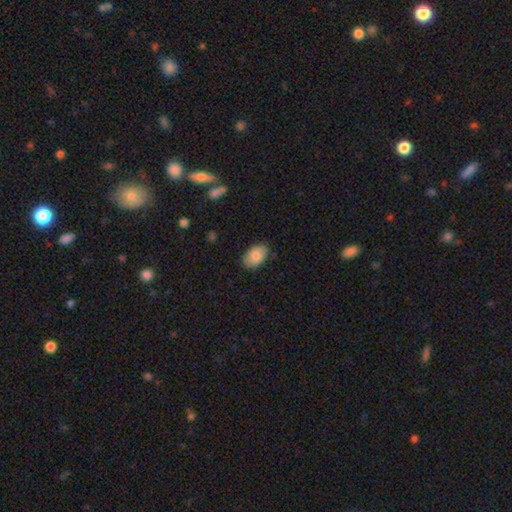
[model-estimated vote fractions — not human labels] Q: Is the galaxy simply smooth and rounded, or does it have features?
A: smooth — 87%.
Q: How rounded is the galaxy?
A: in between — 92%.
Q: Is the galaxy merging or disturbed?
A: none — 84%.